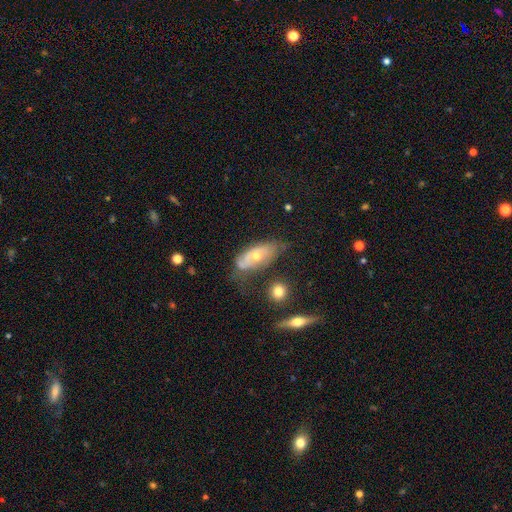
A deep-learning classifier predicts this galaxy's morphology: Smooth or featured? Predicted: featured or disk (p=0.53). Edge-on disk? Predicted: no (p=0.81). Merging? Predicted: none (p=0.43).